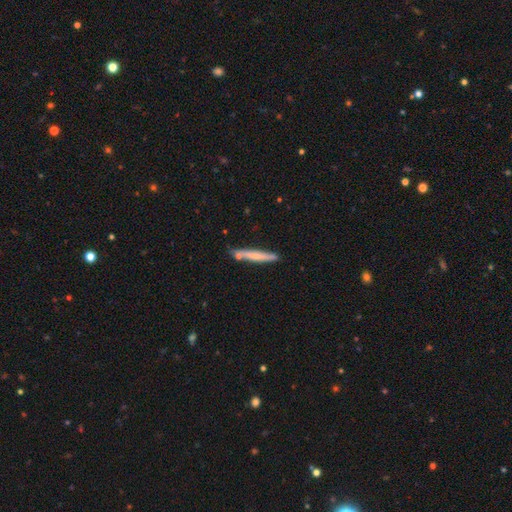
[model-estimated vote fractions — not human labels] Smooth or featured: smooth — 65% (featured or disk — 30%)
How rounded: cigar-shaped — 95% (in between — 3%)
Merging: none — 75% (minor disturbance — 15%)